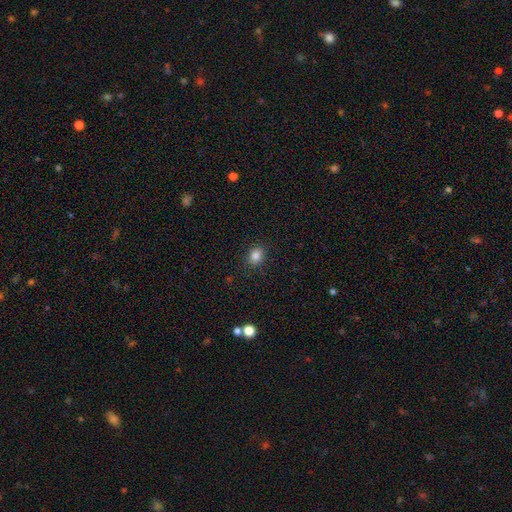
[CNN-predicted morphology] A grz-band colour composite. It shows a smooth galaxy with no disk features (84%) that is round (50%). Merging: none (87%).